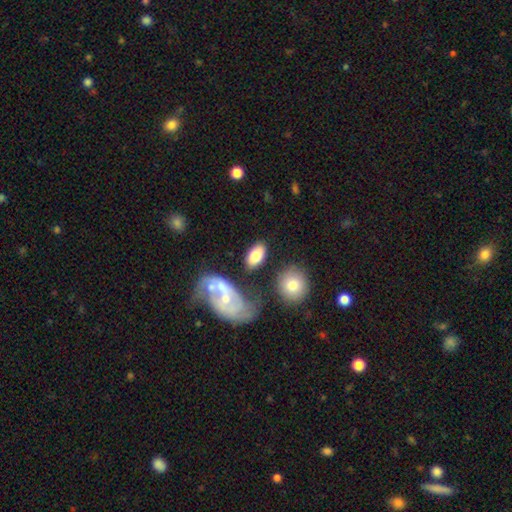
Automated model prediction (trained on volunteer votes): The model was most divided on "merging": none: 73%, minor disturbance: 14%, merger: 8%, major disturbance: 5%. More confident: how rounded — in between (92%); smooth or featured — smooth (76%).